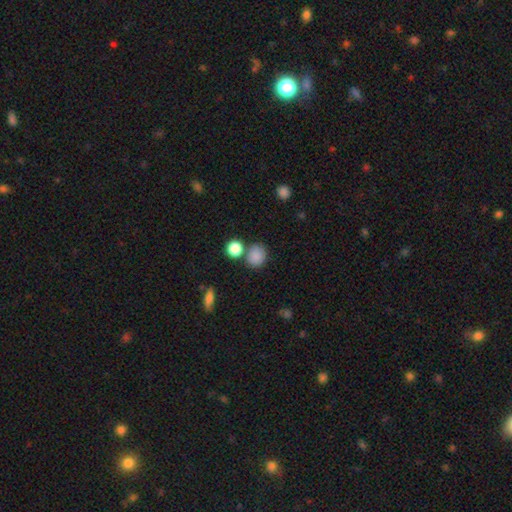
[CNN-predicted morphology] Smooth or featured?
  - smooth: 85% *
  - star or artifact: 11%
  - featured or disk: 5%
How rounded?
  - round: 72% *
  - in between: 27%
  - cigar-shaped: 1%
Merging?
  - none: 69% *
  - merger: 15%
  - minor disturbance: 13%
  - major disturbance: 4%